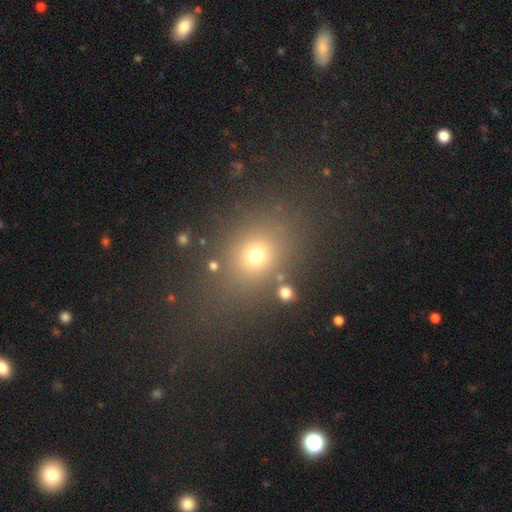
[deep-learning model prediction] Smooth or featured? Predicted: smooth (p=0.70). How rounded? Predicted: round (p=0.55). Merging? Predicted: none (p=0.76).